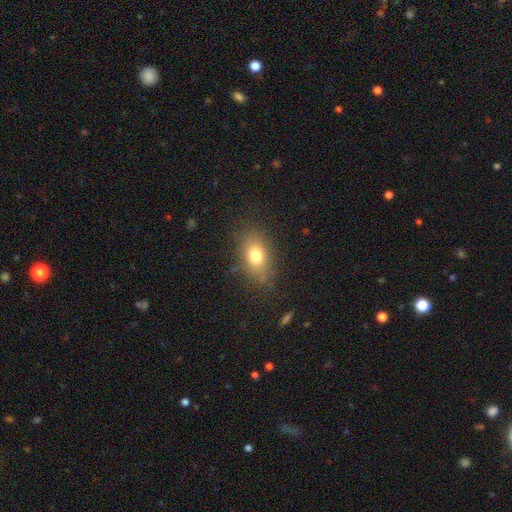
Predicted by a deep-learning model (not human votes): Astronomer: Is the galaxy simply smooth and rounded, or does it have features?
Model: smooth — 76%.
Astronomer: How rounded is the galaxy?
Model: in between — 81%.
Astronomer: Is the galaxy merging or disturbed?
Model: none — 80%.